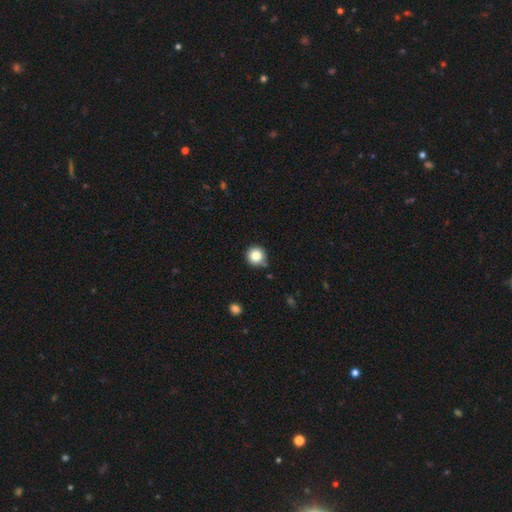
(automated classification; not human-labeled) The model was most divided on "smooth or featured": smooth: 83%, star or artifact: 11%, featured or disk: 6%. More confident: how rounded — round (95%); merging — none (85%).